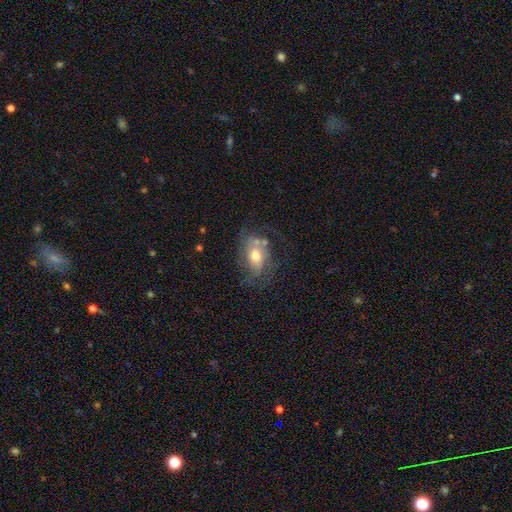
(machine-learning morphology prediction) A featured or disk galaxy (48%).

Vote fractions:
- Smooth or featured? featured or disk: 48% / smooth: 42% / star or artifact: 10%
- Merging? none: 49% / minor disturbance: 23% / major disturbance: 21% / merger: 7%